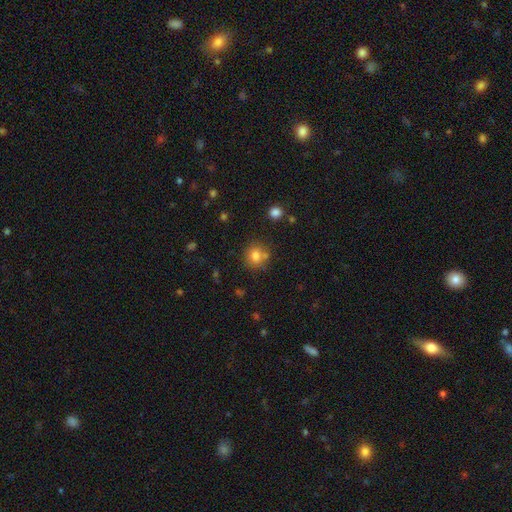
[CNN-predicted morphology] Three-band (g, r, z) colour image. It shows a smooth galaxy with no disk features (79%) that is round (84%). Merging: none (70%).